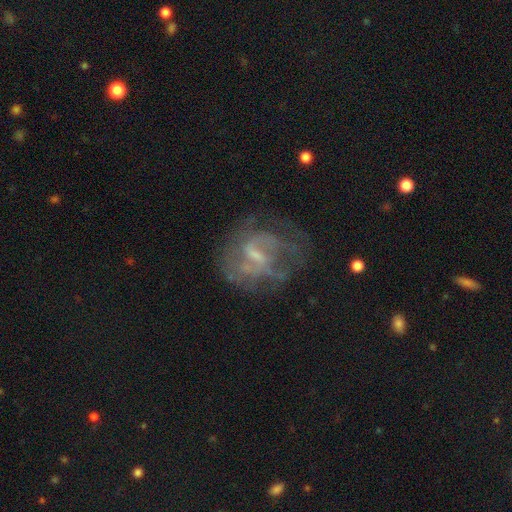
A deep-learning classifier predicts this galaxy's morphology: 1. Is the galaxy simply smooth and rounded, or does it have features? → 74% featured or disk, 17% smooth, 9% star or artifact.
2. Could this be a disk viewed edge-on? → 97% no, 3% yes.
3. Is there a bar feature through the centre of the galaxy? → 55% weak, 29% no, 17% strong.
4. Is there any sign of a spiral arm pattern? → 64% yes, 36% no.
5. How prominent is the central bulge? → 46% small, 26% none, 25% moderate, 2% large, 1% dominant.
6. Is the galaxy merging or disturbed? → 50% none, 27% major disturbance, 20% minor disturbance, 3% merger.